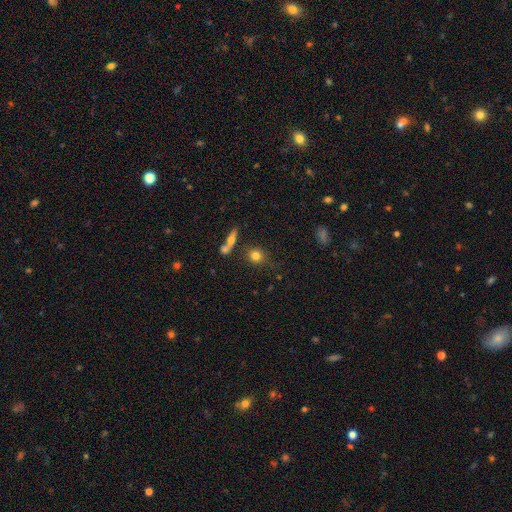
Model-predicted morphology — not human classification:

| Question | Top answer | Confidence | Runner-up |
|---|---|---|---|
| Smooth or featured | smooth | 77% | featured or disk (11%) |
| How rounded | round | 80% | in between (17%) |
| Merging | none | 71% | merger (13%) |